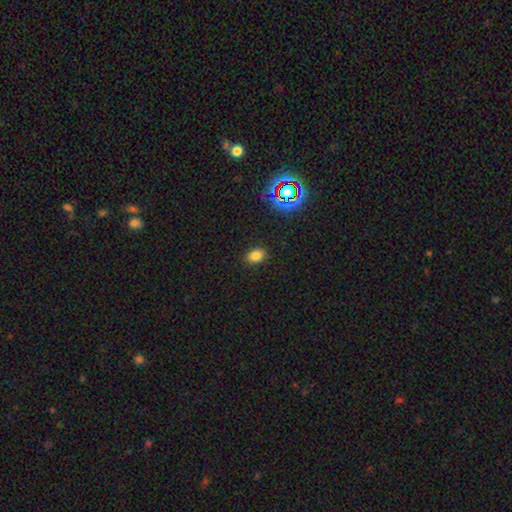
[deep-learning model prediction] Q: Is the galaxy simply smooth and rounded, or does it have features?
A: smooth — 79%.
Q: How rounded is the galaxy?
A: in between — 66%.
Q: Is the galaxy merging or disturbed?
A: none — 88%.